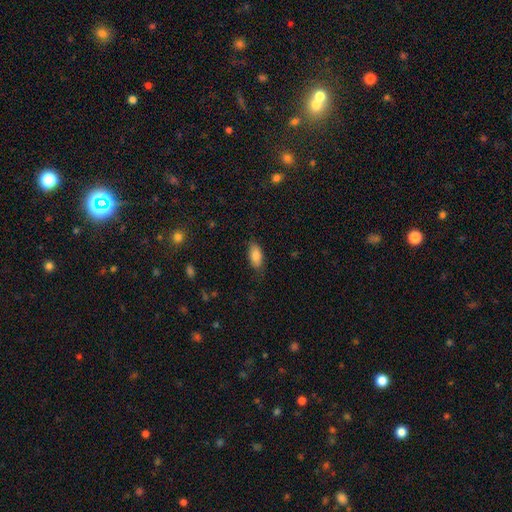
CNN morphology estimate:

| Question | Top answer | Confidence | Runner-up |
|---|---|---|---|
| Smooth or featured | smooth | 84% | featured or disk (9%) |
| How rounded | in between | 91% | cigar-shaped (6%) |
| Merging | none | 74% | minor disturbance (20%) |